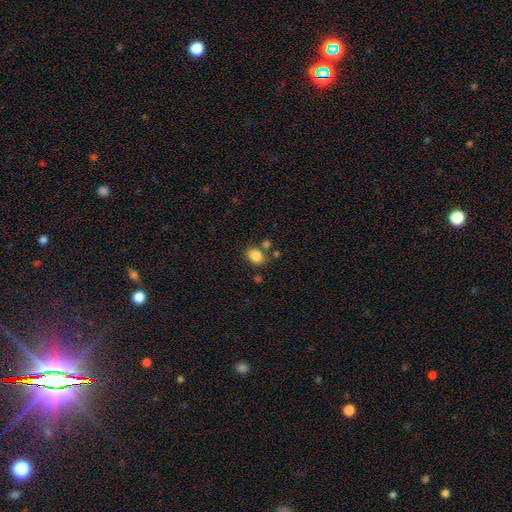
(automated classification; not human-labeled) This appears to be a smooth galaxy with no disk features (85%) that is in between round and cigar-shaped (72%). Merging: none (72%).